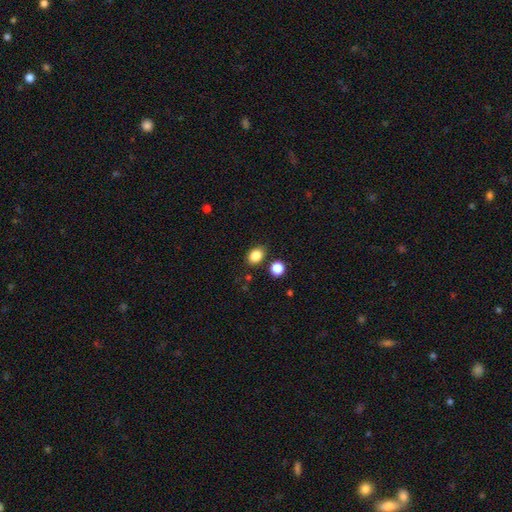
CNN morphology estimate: The model was most divided on "how rounded": in between: 62%, round: 37%, cigar-shaped: 1%. More confident: smooth or featured — smooth (86%); merging — none (82%).